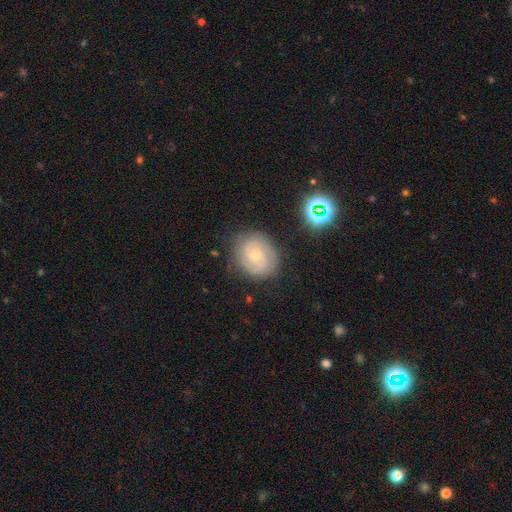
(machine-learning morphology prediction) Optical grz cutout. It shows a featured or disk galaxy (77%) with no bar (66%), 2 (67%) tight (63%) spiral arms (95%) and a small central bulge (69%). Merging: none (82%).